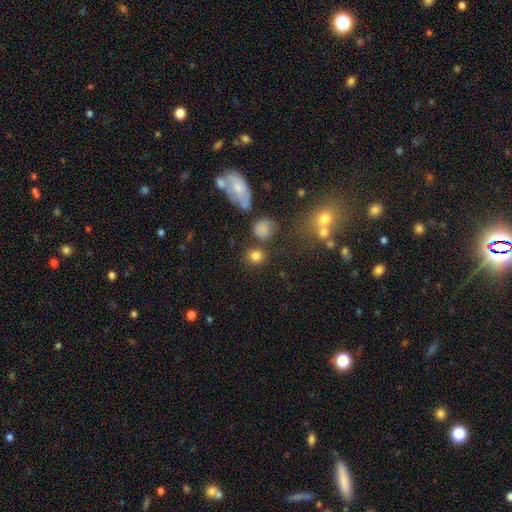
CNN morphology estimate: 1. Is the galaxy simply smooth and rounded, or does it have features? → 82% smooth, 12% star or artifact, 7% featured or disk.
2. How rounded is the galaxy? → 82% round, 16% in between, 1% cigar-shaped.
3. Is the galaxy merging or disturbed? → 76% none, 11% minor disturbance, 9% merger, 5% major disturbance.